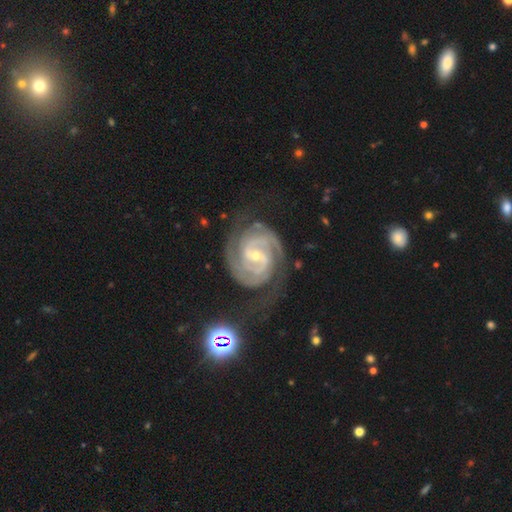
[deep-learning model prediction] featured or disk 93%, star or artifact 4%, smooth 3%. Down the decision tree: edge-on disk — no (98%); bar — weak (45%); spiral arms — yes (99%); spiral arm count — 2 (68%); spiral winding — tight (65%); bulge size — small (67%); merging — none (69%).